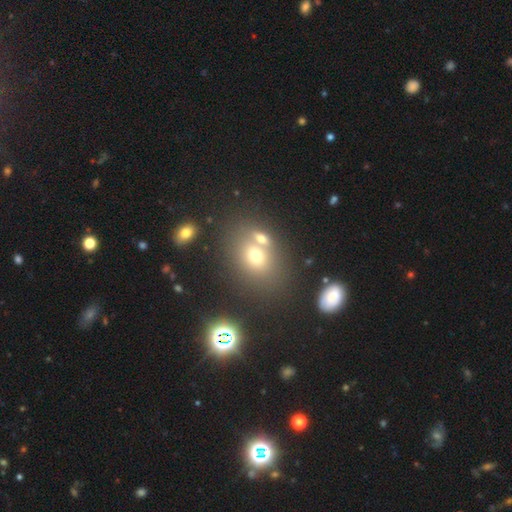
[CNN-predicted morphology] Smooth or featured?
  - smooth: 65% *
  - star or artifact: 18%
  - featured or disk: 18%
How rounded?
  - in between: 52% *
  - round: 46%
  - cigar-shaped: 2%
Merging?
  - none: 50% *
  - merger: 34%
  - minor disturbance: 11%
  - major disturbance: 5%